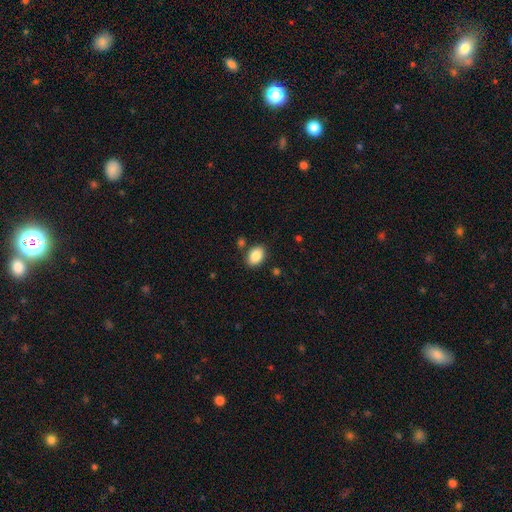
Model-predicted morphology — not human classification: Smooth or featured? smooth (87%)
How rounded? in between (80%)
Merging? none (81%)